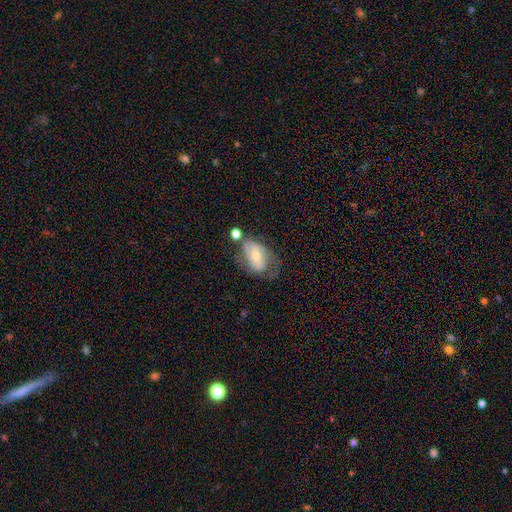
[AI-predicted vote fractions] Overall: featured or disk (50%; smooth 42%). Edge-on disk: no (93%). Merging: none (36%; minor disturbance 26%).